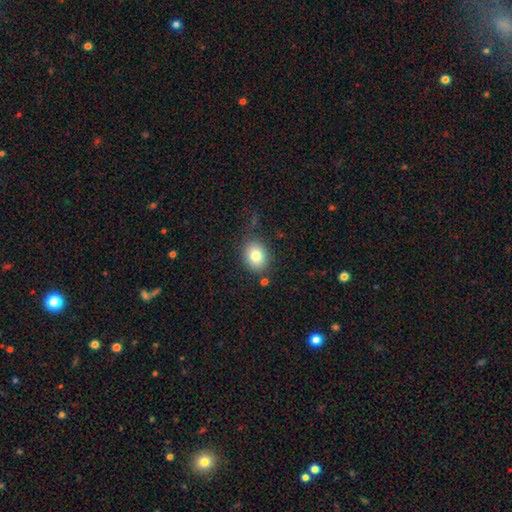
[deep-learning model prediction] smooth 80%, featured or disk 10%, star or artifact 10%. Down the decision tree: how rounded — round (52%); merging — none (79%).